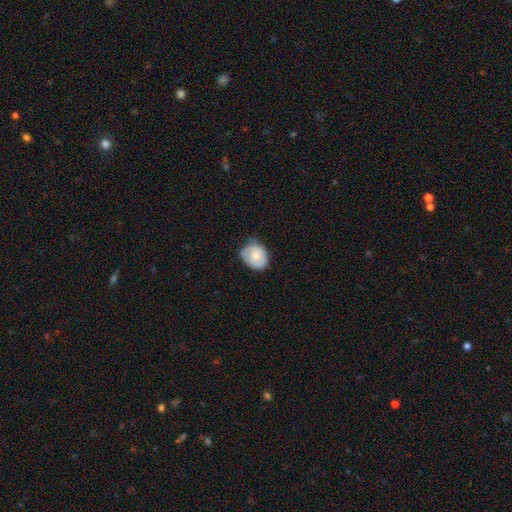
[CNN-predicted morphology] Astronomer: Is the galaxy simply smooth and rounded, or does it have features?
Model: smooth — 63%.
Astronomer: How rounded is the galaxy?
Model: in between — 50% (runner-up: round, 49%).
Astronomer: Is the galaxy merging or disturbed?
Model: none — 61%.